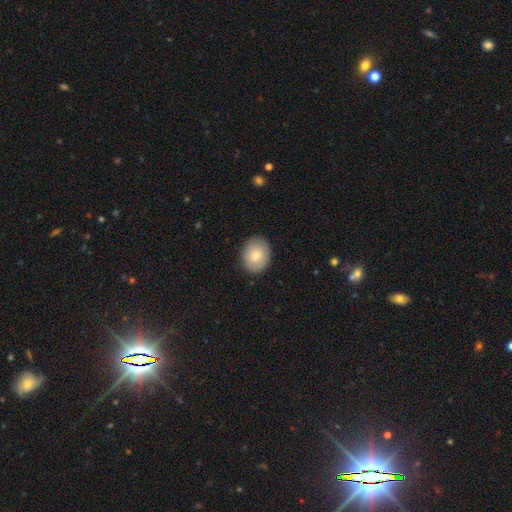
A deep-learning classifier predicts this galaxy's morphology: smooth 78%, featured or disk 16%, star or artifact 7%. Down the decision tree: how rounded — round (52%); merging — none (87%).